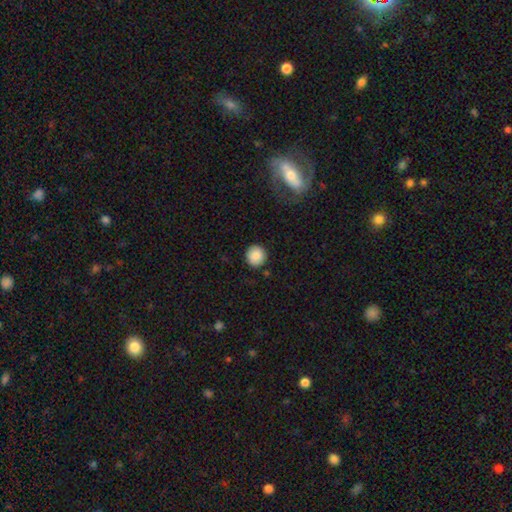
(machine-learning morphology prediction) This appears to be a smooth galaxy with no disk features (88%) that is round (92%). Merging: none (89%).